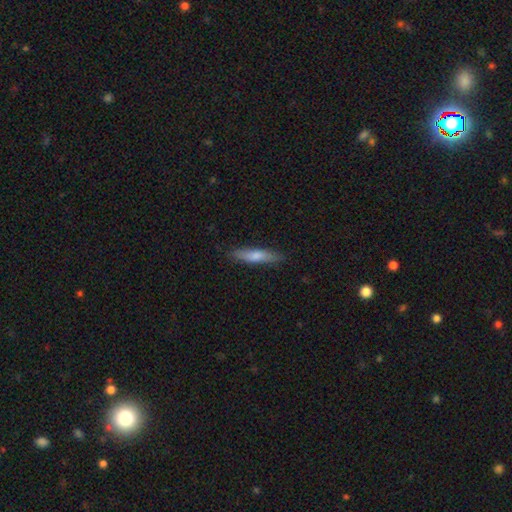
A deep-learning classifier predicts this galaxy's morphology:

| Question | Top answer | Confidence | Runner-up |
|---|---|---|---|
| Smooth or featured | smooth | 69% | featured or disk (26%) |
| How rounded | cigar-shaped | 84% | in between (15%) |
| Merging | none | 87% | minor disturbance (10%) |